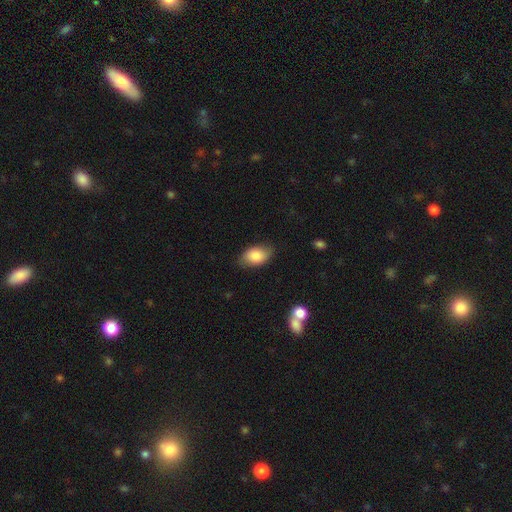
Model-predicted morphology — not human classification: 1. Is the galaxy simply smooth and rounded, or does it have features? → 84% smooth, 9% featured or disk, 7% star or artifact.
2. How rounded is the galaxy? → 89% in between, 9% round, 1% cigar-shaped.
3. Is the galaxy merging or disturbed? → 78% none, 17% minor disturbance, 3% major disturbance, 1% merger.